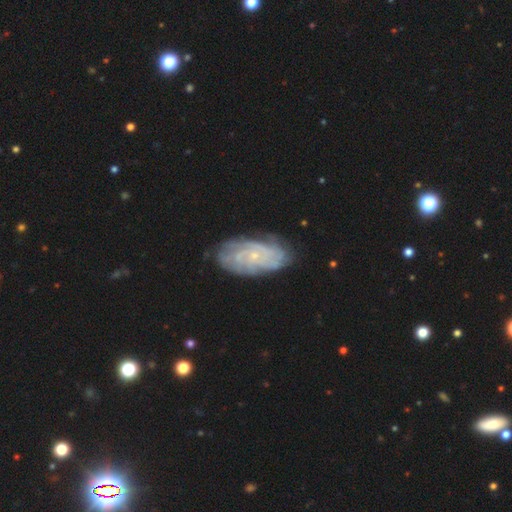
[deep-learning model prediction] Smooth or featured?
  - featured or disk: 77% *
  - smooth: 15%
  - star or artifact: 7%
Edge-on disk?
  - no: 94% *
  - yes: 6%
Bar?
  - no: 75% *
  - weak: 21%
  - strong: 4%
Spiral arms?
  - yes: 92% *
  - no: 8%
Spiral winding?
  - tight: 71% *
  - medium: 22%
  - loose: 6%
Spiral arm count?
  - can't tell: 45% *
  - 4: 16%
  - 2: 11%
  - more than 4: 11%
  - 3: 11%
  - 1: 6%
Bulge size?
  - small: 82% *
  - moderate: 12%
  - none: 3%
  - large: 1%
  - dominant: 1%
Merging?
  - none: 80% *
  - minor disturbance: 14%
  - major disturbance: 4%
  - merger: 1%